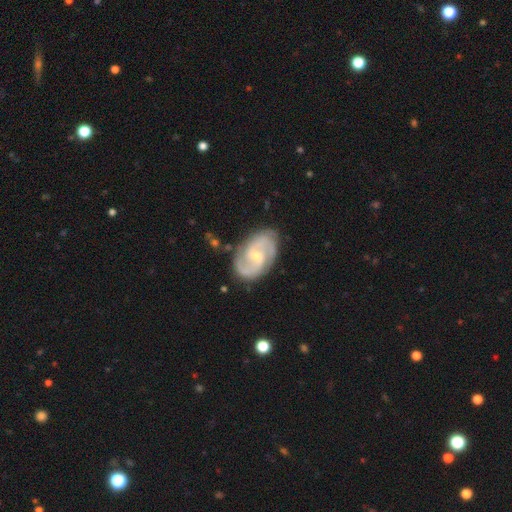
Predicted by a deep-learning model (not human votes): Smooth or featured: featured or disk — 88% (smooth — 8%)
Edge-on disk: no — 97% (yes — 3%)
Bar: weak — 50% (no — 40%)
Spiral arms: yes — 97% (no — 3%)
Spiral winding: medium — 52% (tight — 32%)
Spiral arm count: 2 — 81% (3 — 7%)
Bulge size: small — 65% (moderate — 31%)
Merging: none — 78% (minor disturbance — 16%)